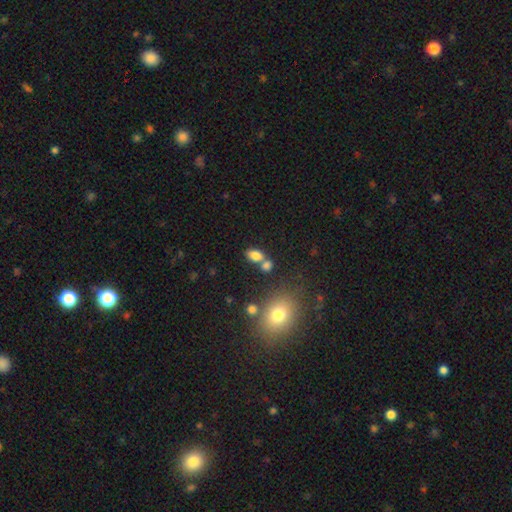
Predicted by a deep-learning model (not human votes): This is likely a smooth galaxy (80%). How rounded: clearly in between (85%). Merging: possibly none (51%).